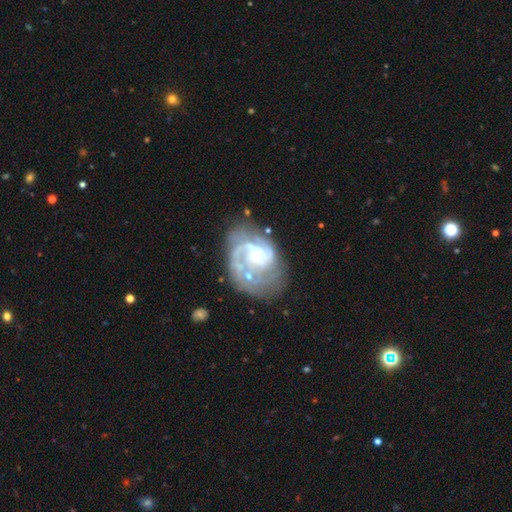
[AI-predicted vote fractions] smooth-or-featured: featured or disk: 86% | smooth: 8% | star or artifact: 6%
  disk-edge-on: no: 98% | yes: 2%
    bar: no: 64% | weak: 29% | strong: 7%
    has-spiral-arms: yes: 92% | no: 8%
      spiral-winding: tight: 47% | medium: 39% | loose: 14%
      spiral-arm-count: 2: 42% | can't tell: 23% | 3: 16% | 1: 11% | 4: 4% | more than 4: 4%
    bulge-size: small: 56% | moderate: 38% | large: 3% | none: 2% | dominant: 1%
  merging: none: 50% | minor disturbance: 21% | major disturbance: 21% | merger: 7%